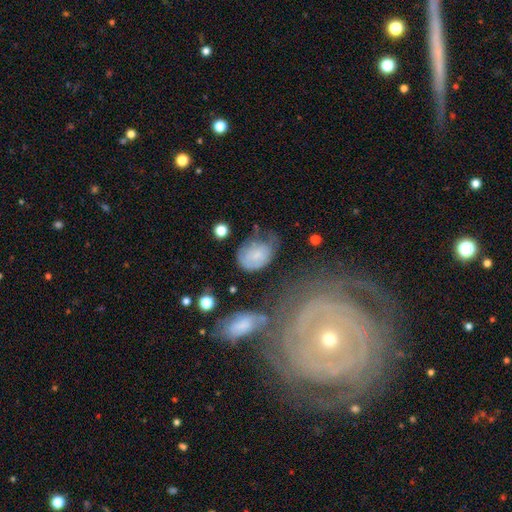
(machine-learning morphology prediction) Smooth or featured: smooth — 57% (featured or disk — 35%)
How rounded: in between — 74% (round — 24%)
Merging: none — 38% (minor disturbance — 34%)